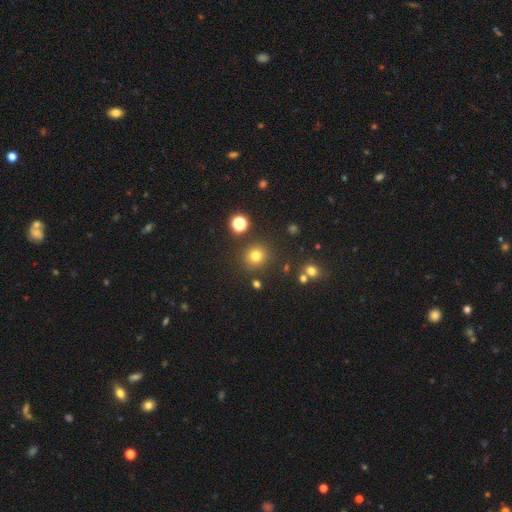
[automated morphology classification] Overall: smooth (76%). How rounded: round (90%). Merging: none (85%).